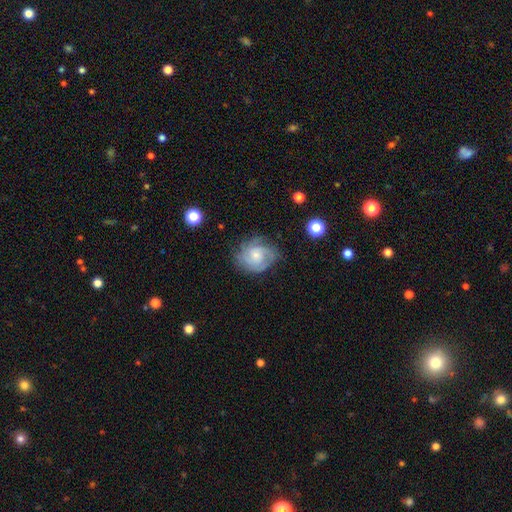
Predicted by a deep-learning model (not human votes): Smooth or featured: featured or disk — 78% (smooth — 16%)
Edge-on disk: no — 98% (yes — 2%)
Bar: no — 71% (weak — 26%)
Spiral arms: yes — 95% (no — 5%)
Spiral winding: tight — 56% (medium — 35%)
Spiral arm count: 3 — 33% (can't tell — 27%)
Bulge size: small — 57% (moderate — 35%)
Merging: none — 70% (minor disturbance — 20%)